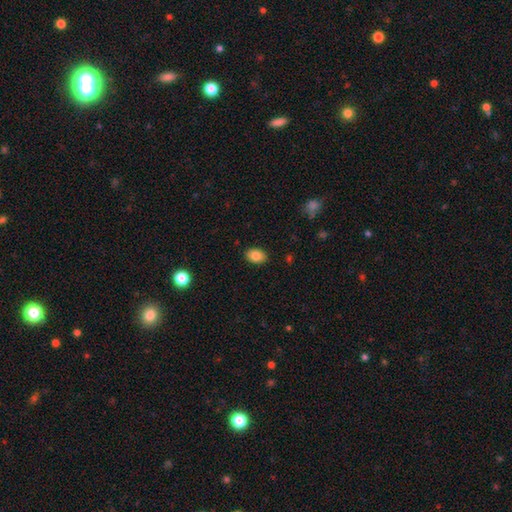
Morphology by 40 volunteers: smooth-or-featured: smooth: 80% | featured or disk: 15% | star or artifact: 5%
  how-rounded: in between: 84% | round: 16% | cigar-shaped: 0%
  merging: none: 95% | minor disturbance: 5% | major disturbance: 0% | merger: 0%